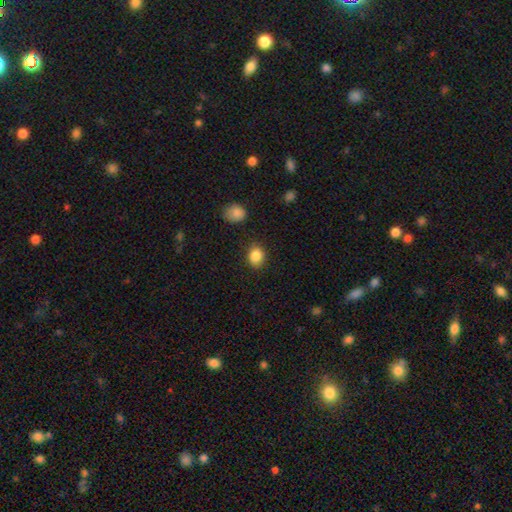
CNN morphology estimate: A smooth galaxy with no disk features (86%) that is round (50%).

Vote fractions:
- Smooth or featured? smooth: 86% / star or artifact: 9% / featured or disk: 5%
- How rounded? round: 50% / in between: 49% / cigar-shaped: 1%
- Merging? none: 85% / minor disturbance: 10% / major disturbance: 3% / merger: 2%